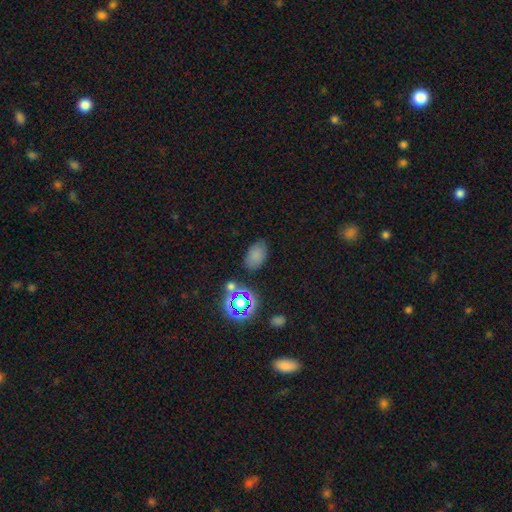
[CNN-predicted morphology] Smooth or featured: smooth — 73% (star or artifact — 19%)
How rounded: in between — 85% (round — 14%)
Merging: none — 77% (minor disturbance — 14%)